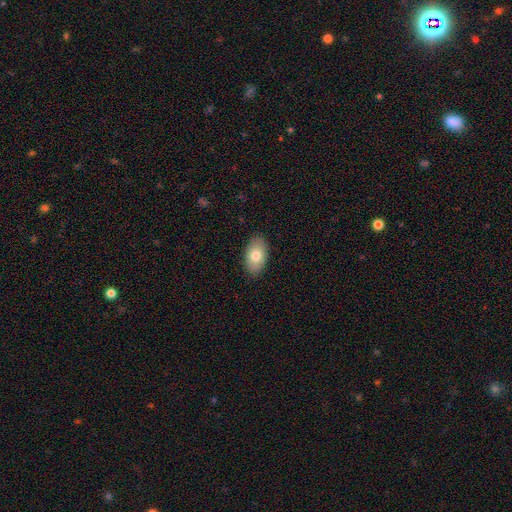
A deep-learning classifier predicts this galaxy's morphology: smooth-or-featured: smooth: 77% | featured or disk: 16% | star or artifact: 7%
  how-rounded: in between: 93% | round: 6% | cigar-shaped: 2%
  merging: none: 88% | minor disturbance: 9% | major disturbance: 2% | merger: 1%